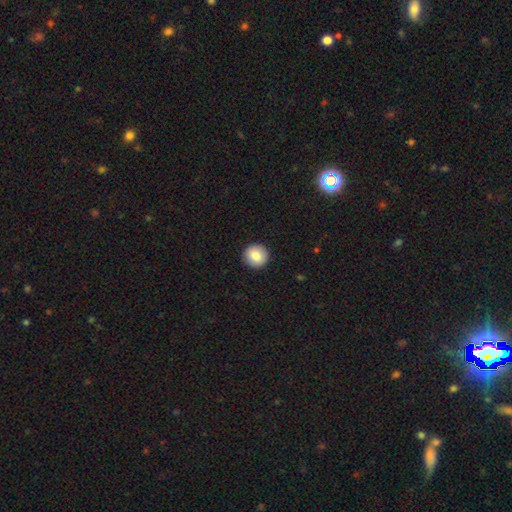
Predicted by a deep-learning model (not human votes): Smooth or featured: smooth — 86% (star or artifact — 8%)
How rounded: round — 95% (in between — 4%)
Merging: none — 93% (minor disturbance — 5%)